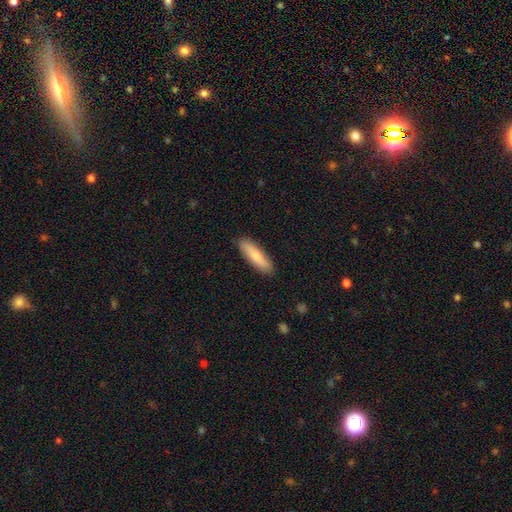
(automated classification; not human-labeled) The model was most divided on "how rounded": cigar-shaped: 69%, in between: 29%, round: 2%. More confident: merging — none (88%); smooth or featured — smooth (75%).